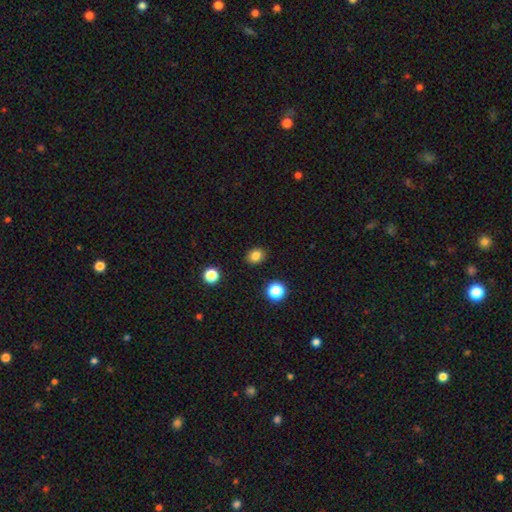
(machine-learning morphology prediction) smooth 82%, star or artifact 12%, featured or disk 5%. Down the decision tree: how rounded — round (54%); merging — none (90%).